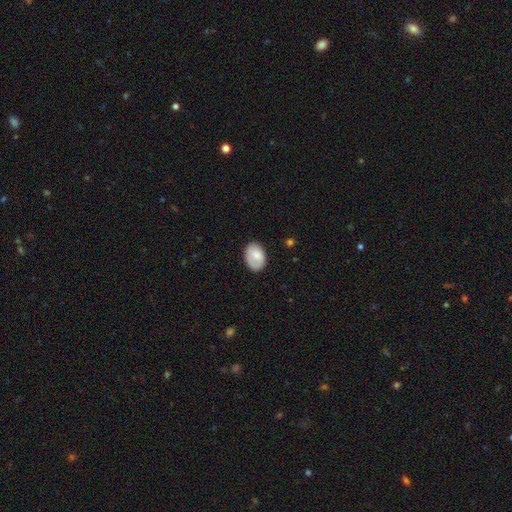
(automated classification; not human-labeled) Morphology: type=smooth (77%); roundness=in between (84%); merging=none (74%).